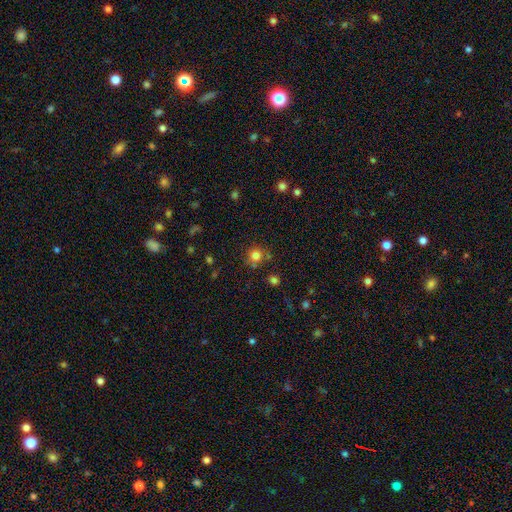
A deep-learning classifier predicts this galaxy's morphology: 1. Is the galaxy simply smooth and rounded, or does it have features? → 80% smooth, 14% star or artifact, 6% featured or disk.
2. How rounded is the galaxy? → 90% round, 9% in between, 1% cigar-shaped.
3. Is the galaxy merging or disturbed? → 75% none, 12% minor disturbance, 9% merger, 4% major disturbance.